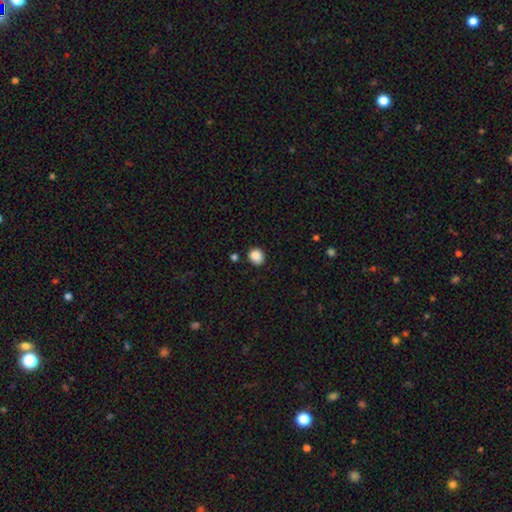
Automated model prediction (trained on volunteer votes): Morphology: type=smooth (88%); roundness=round (71%); merging=none (82%).